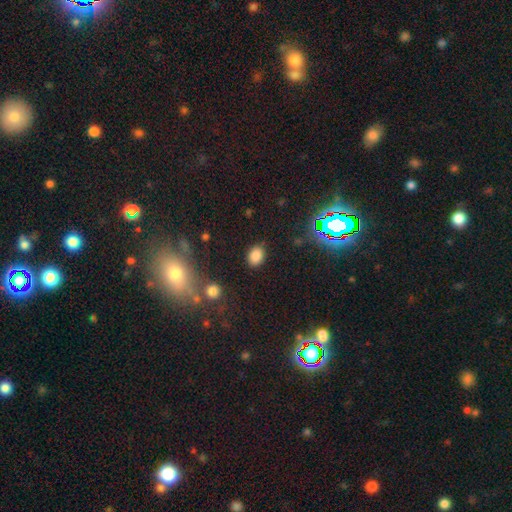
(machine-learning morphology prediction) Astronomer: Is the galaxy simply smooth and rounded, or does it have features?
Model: smooth — 80%.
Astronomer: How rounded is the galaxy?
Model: in between — 60% (runner-up: round, 39%).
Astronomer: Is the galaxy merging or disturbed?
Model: none — 84%.